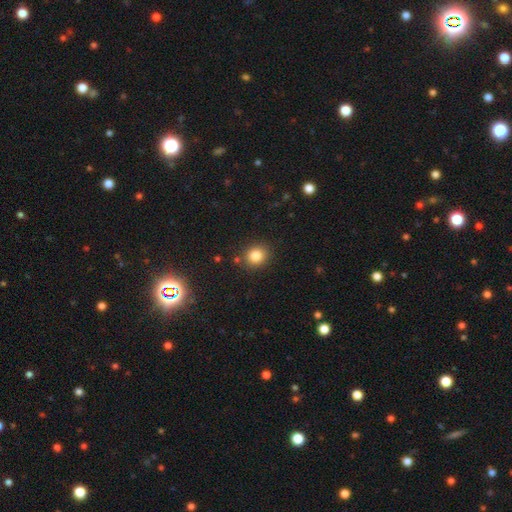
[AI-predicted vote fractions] smooth 83%, star or artifact 11%, featured or disk 5%. Down the decision tree: how rounded — round (79%); merging — none (86%).